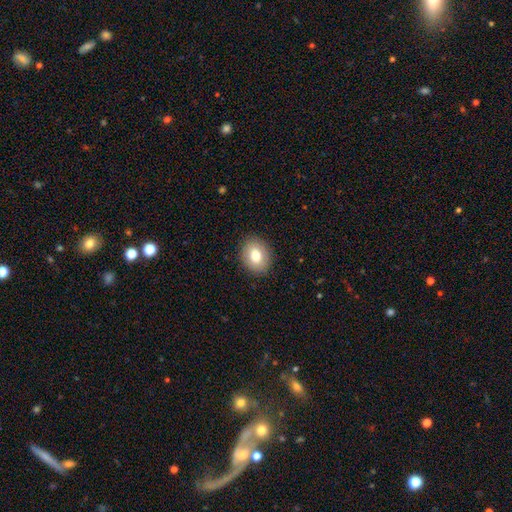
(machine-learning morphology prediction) This is likely a smooth galaxy (78%). How rounded: possibly in between (56%). Merging: clearly none (89%).